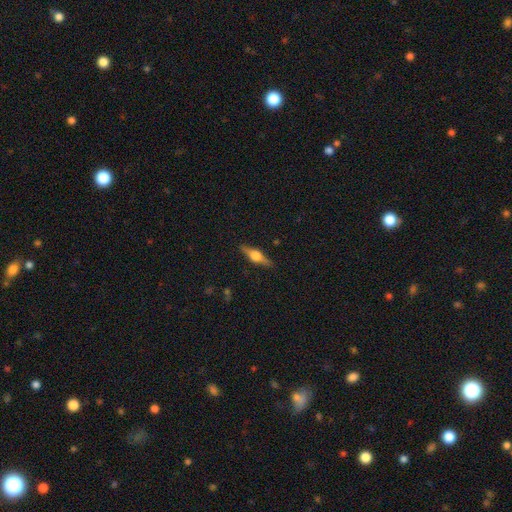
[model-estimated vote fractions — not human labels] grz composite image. It shows a featured or disk galaxy (67%) viewed edge-on (96%) with a rounded central bulge (94%). Merging: none (88%).